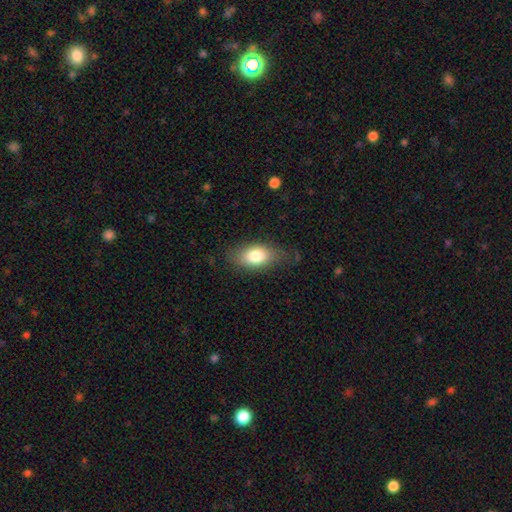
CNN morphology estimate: The model was most divided on "merging": none: 72%, minor disturbance: 20%, major disturbance: 6%, merger: 1%. More confident: how rounded — in between (88%); smooth or featured — smooth (79%).